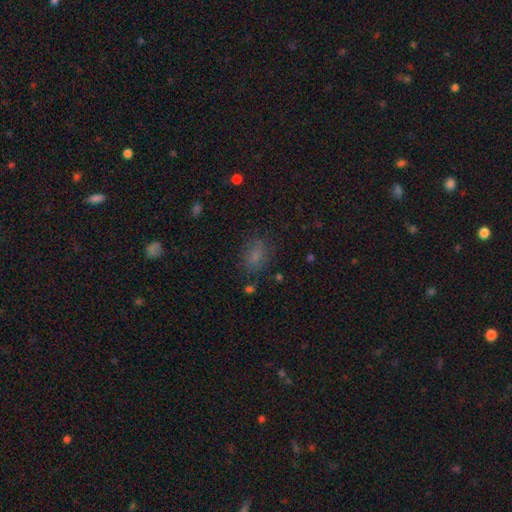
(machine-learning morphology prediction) This is likely a smooth galaxy (71%). How rounded: likely in between (70%). Merging: likely none (74%).